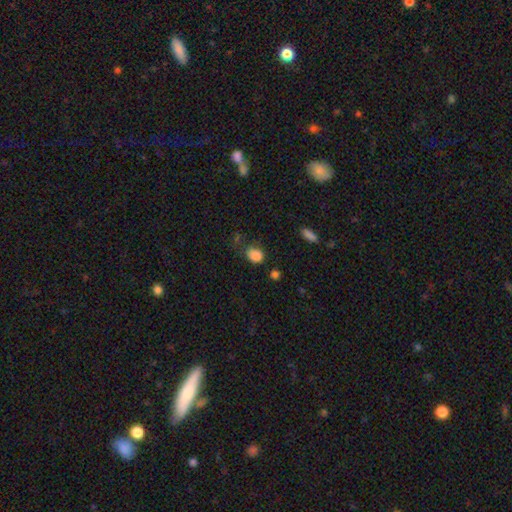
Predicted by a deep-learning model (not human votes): This is clearly a smooth galaxy (84%). How rounded: possibly in between (55%). Merging: likely none (60%).